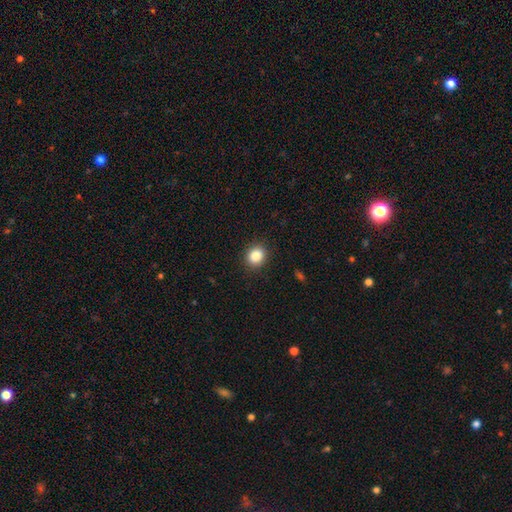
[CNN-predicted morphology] Smooth or featured? smooth (87%)
How rounded? round (69%)
Merging? none (89%)